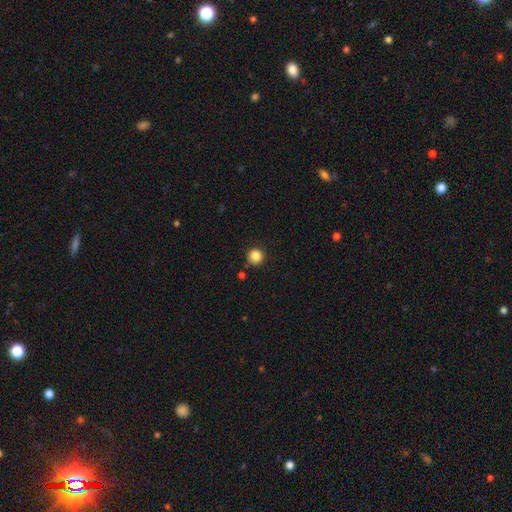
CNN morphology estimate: Smooth or featured? smooth (85%)
How rounded? round (94%)
Merging? none (88%)